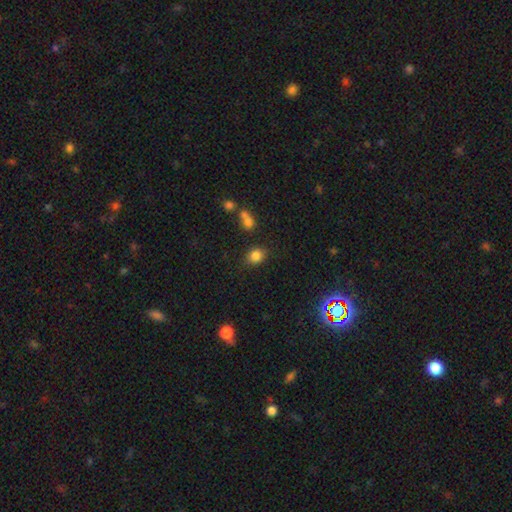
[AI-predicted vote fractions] Smooth or featured?
  - smooth: 82% *
  - star or artifact: 12%
  - featured or disk: 6%
How rounded?
  - round: 59% *
  - in between: 40%
  - cigar-shaped: 1%
Merging?
  - none: 79% *
  - minor disturbance: 12%
  - merger: 6%
  - major disturbance: 4%